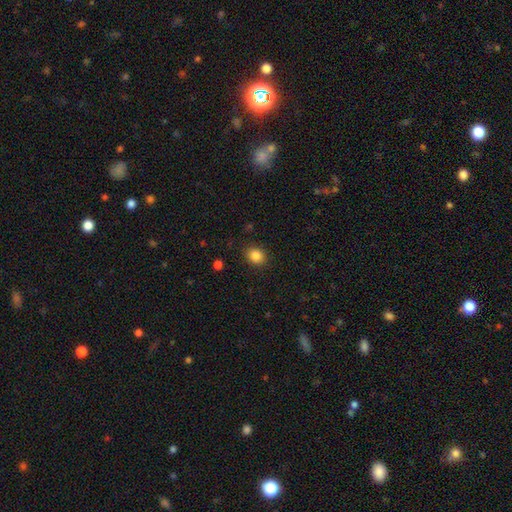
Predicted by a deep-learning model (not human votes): smooth 86%, star or artifact 10%, featured or disk 4%. Down the decision tree: how rounded — round (67%); merging — none (88%).